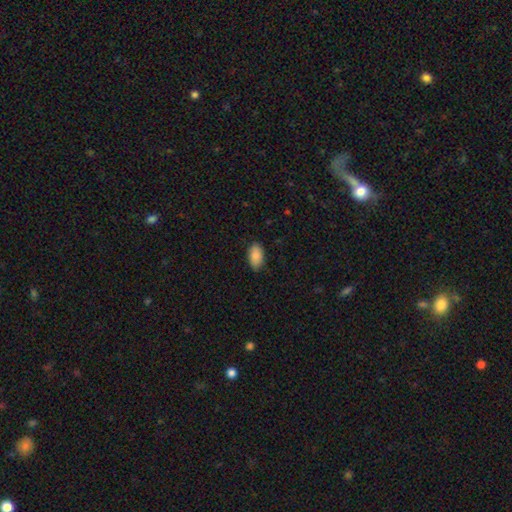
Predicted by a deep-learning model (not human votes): A smooth galaxy with no disk features (87%) that is in between round and cigar-shaped (94%). Merging: none (84%).